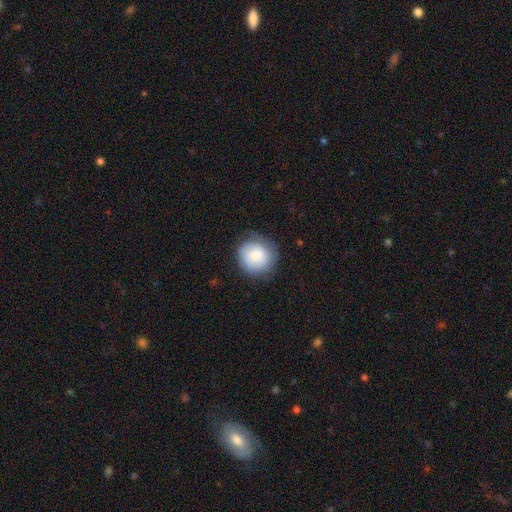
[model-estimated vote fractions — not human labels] smooth_or_featured: smooth (p=0.82) [alt: featured or disk p=0.11]
how_rounded: round (p=0.89) [alt: in between p=0.10]
merging: none (p=0.72) [alt: minor disturbance p=0.21]